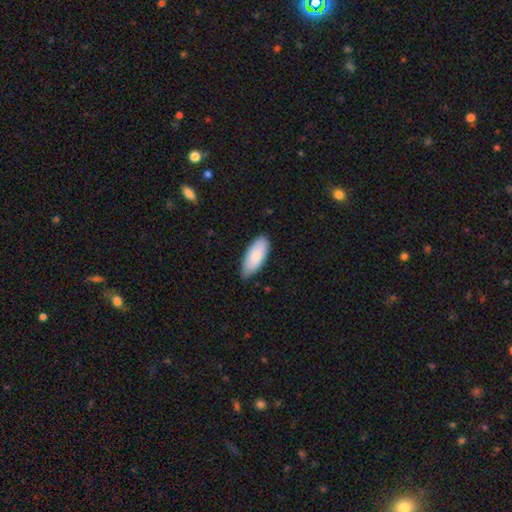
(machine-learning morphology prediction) smooth_or_featured: smooth (p=0.87) [alt: featured or disk p=0.07]
how_rounded: in between (p=0.86) [alt: cigar-shaped p=0.13]
merging: none (p=0.79) [alt: minor disturbance p=0.18]